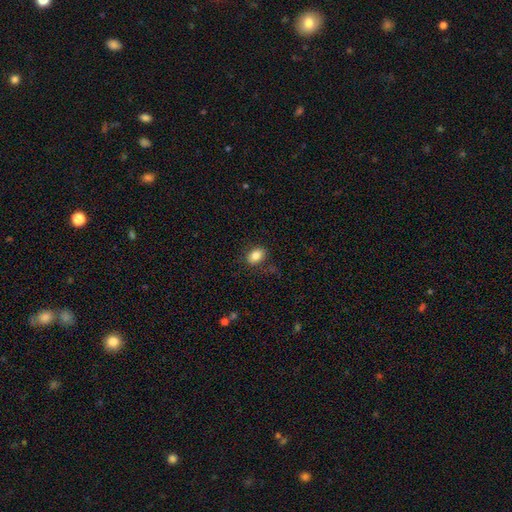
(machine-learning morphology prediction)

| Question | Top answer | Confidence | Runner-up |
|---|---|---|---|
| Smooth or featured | smooth | 83% | star or artifact (9%) |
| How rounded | in between | 71% | round (28%) |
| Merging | none | 83% | minor disturbance (12%) |